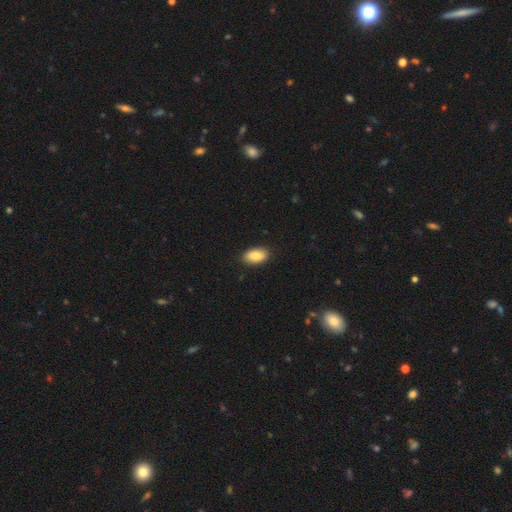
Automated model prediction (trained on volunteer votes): smooth 88%, star or artifact 7%, featured or disk 5%. Down the decision tree: how rounded — in between (93%); merging — none (88%).